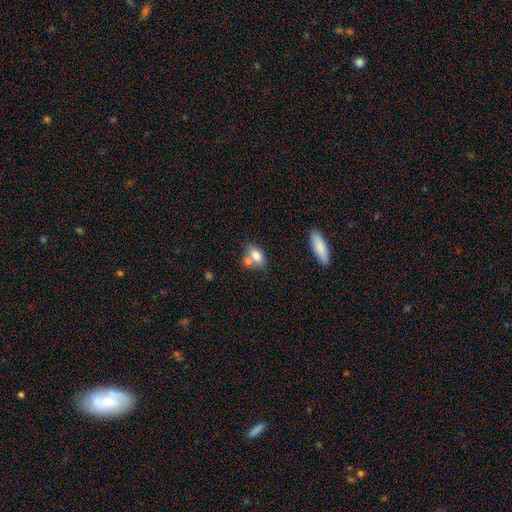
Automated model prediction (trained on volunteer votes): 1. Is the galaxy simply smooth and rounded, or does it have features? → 78% smooth, 14% featured or disk, 8% star or artifact.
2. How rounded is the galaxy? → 79% in between, 18% round, 3% cigar-shaped.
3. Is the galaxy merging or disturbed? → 41% none, 40% merger, 14% minor disturbance, 5% major disturbance.